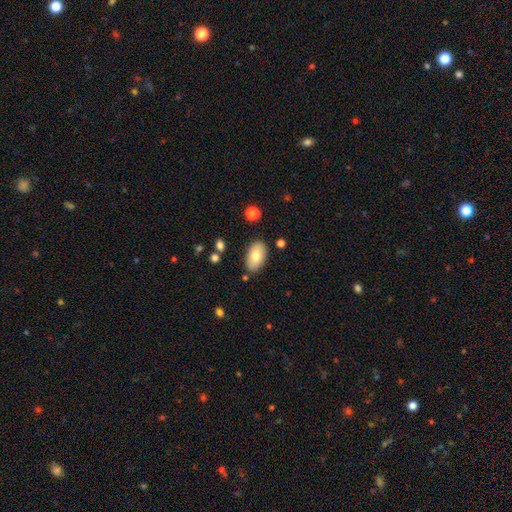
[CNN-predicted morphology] smooth_or_featured: smooth (p=0.76) [alt: featured or disk p=0.17]
how_rounded: in between (p=0.94) [alt: round p=0.05]
merging: none (p=0.83) [alt: minor disturbance p=0.11]